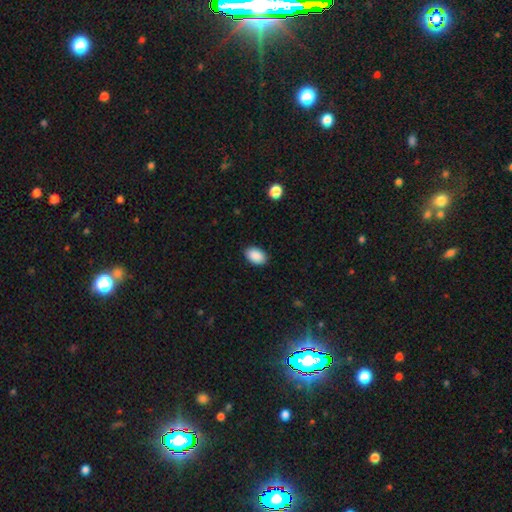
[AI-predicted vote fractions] smooth_or_featured: smooth (p=0.91) [alt: star or artifact p=0.07]
how_rounded: in between (p=0.89) [alt: round p=0.10]
merging: none (p=0.89) [alt: minor disturbance p=0.08]